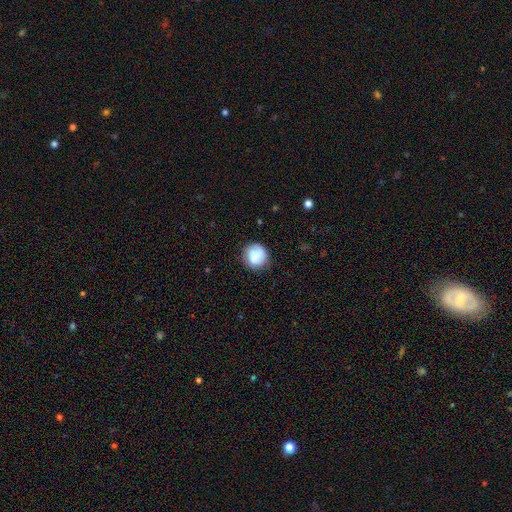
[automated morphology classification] smooth 79%, featured or disk 13%, star or artifact 8%. Down the decision tree: how rounded — round (90%); merging — none (80%).